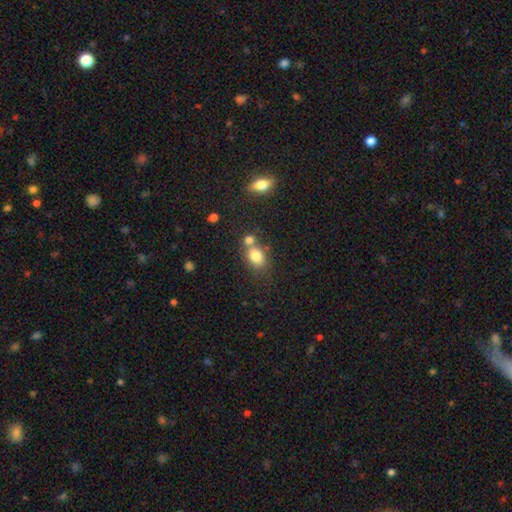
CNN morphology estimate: Overall: smooth (80%). How rounded: in between (66%; round 33%). Merging: none (47%; merger 36%).